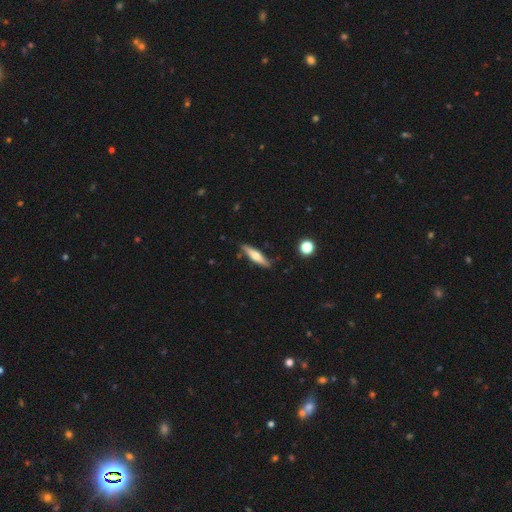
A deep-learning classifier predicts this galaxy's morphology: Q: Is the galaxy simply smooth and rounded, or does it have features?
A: smooth — 48%.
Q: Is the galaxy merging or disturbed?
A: none — 81%.